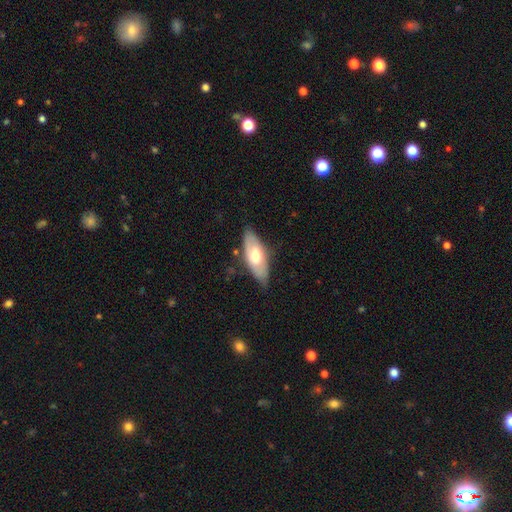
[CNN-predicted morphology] This is possibly a smooth galaxy (57%). How rounded: clearly in between (82%). Merging: likely none (70%).